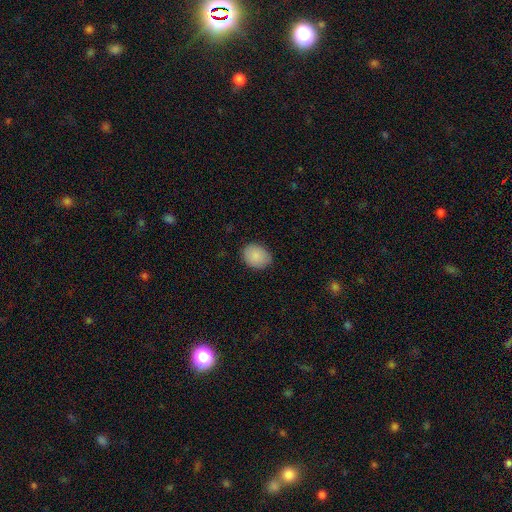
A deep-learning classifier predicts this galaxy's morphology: smooth-or-featured: smooth: 89% | star or artifact: 7% | featured or disk: 5%
  how-rounded: round: 50% | in between: 49% | cigar-shaped: 1%
  merging: none: 83% | minor disturbance: 13% | major disturbance: 2% | merger: 1%